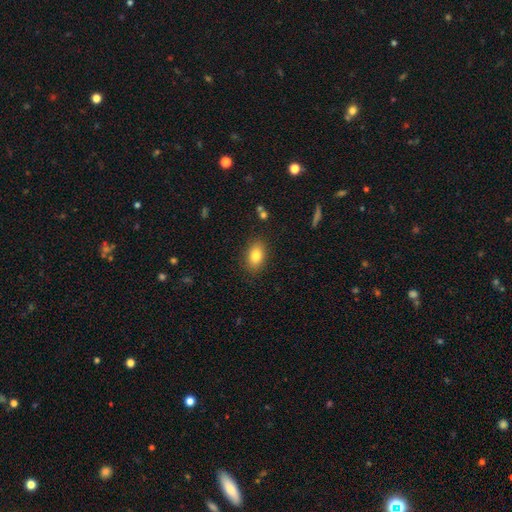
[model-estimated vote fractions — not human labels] Morphology: type=smooth (82%); roundness=in between (86%); merging=none (87%).